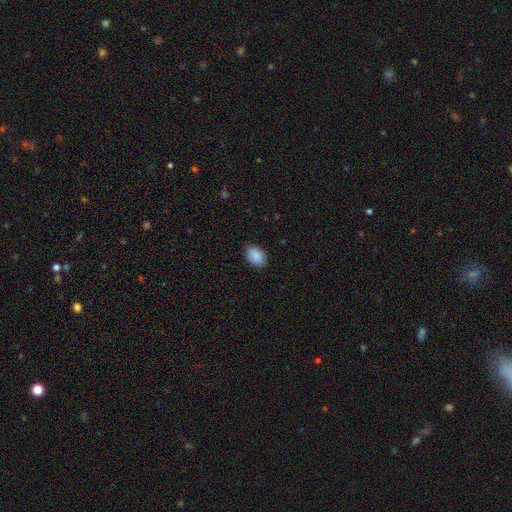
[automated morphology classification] Smooth or featured? smooth (90%)
How rounded? in between (85%)
Merging? none (87%)